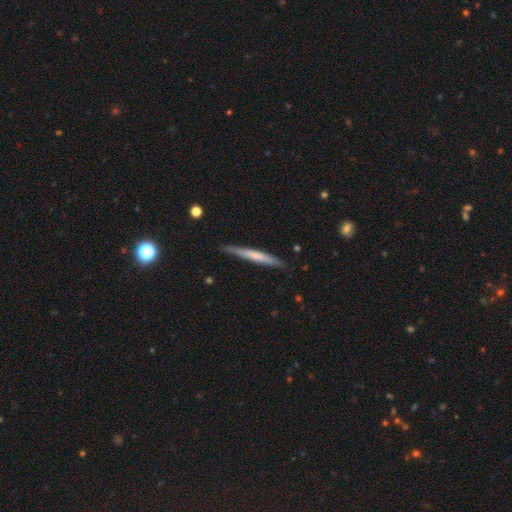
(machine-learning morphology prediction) Q: Smooth or featured?
A: smooth (56%); runner-up: featured or disk (39%)
Q: How rounded?
A: cigar-shaped (96%); runner-up: in between (3%)
Q: Merging?
A: none (85%); runner-up: minor disturbance (11%)